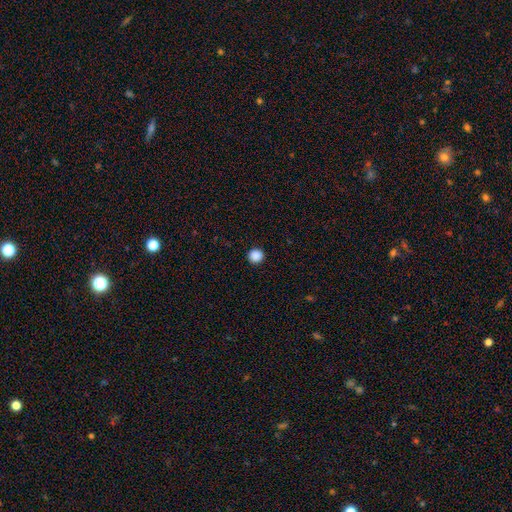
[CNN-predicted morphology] The model was most divided on "smooth or featured": smooth: 88%, star or artifact: 10%, featured or disk: 2%. More confident: how rounded — round (95%); merging — none (93%).